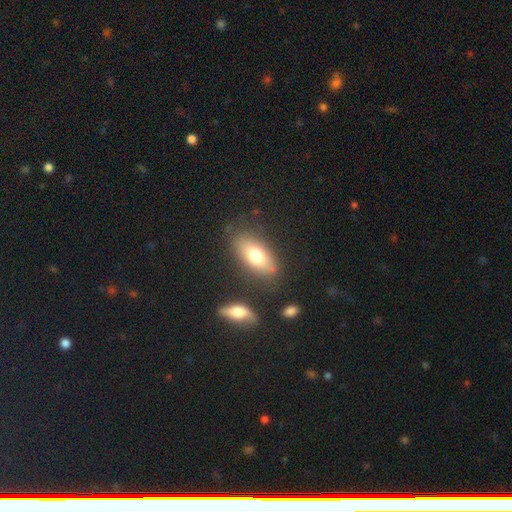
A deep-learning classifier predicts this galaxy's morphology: This is likely a smooth galaxy (71%). How rounded: clearly in between (84%). Merging: likely none (77%).